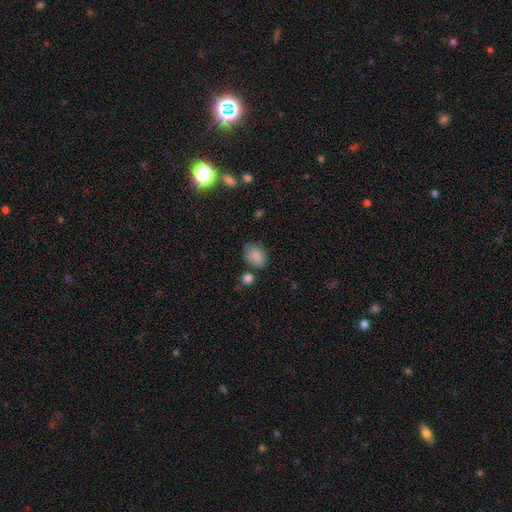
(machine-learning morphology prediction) type=smooth (86%); roundness=in between (71%); merging=none (66%).